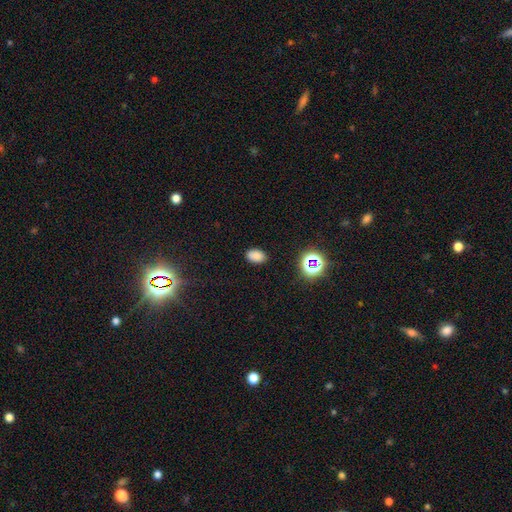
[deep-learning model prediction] This appears to be a smooth galaxy with no disk features (79%) that is in between round and cigar-shaped (88%). Merging: none (86%).